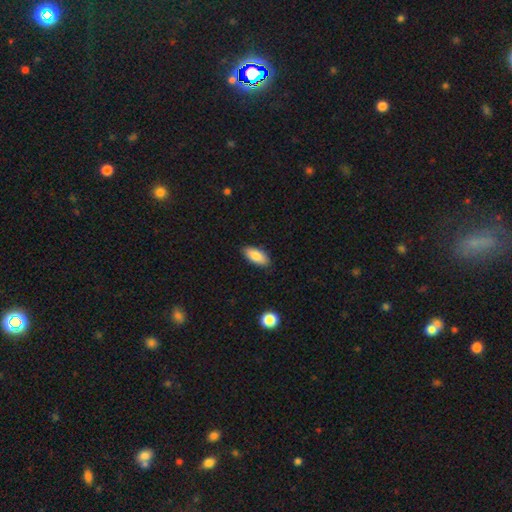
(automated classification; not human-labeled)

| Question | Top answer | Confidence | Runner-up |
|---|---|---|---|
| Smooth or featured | smooth | 84% | featured or disk (9%) |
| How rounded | in between | 88% | cigar-shaped (10%) |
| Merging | none | 87% | minor disturbance (10%) |